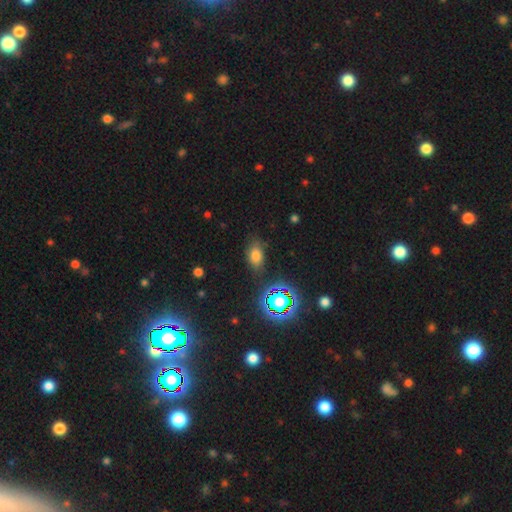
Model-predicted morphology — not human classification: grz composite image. It shows a smooth galaxy with no disk features (68%) that is in between round and cigar-shaped (84%). Merging: none (76%).